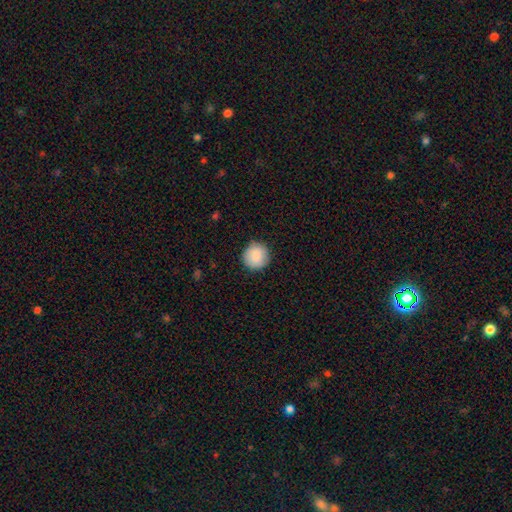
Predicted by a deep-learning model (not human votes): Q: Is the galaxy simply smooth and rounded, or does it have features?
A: smooth — 88%.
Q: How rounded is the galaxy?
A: round — 94%.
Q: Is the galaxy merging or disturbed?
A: none — 89%.